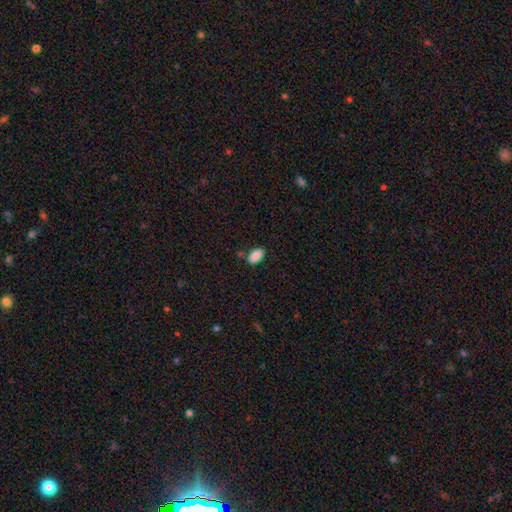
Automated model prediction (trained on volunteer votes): Smooth or featured: smooth — 88% (star or artifact — 8%)
How rounded: in between — 93% (cigar-shaped — 4%)
Merging: none — 76% (minor disturbance — 15%)